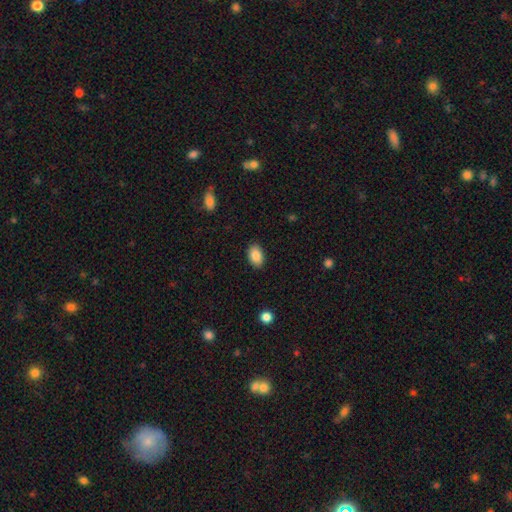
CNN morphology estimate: smooth_or_featured: smooth (p=0.88) [alt: star or artifact p=0.07]
how_rounded: in between (p=0.91) [alt: round p=0.07]
merging: none (p=0.88) [alt: minor disturbance p=0.09]